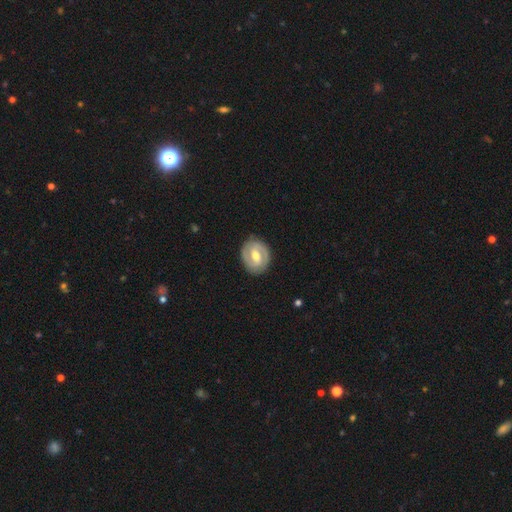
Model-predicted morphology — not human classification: type=featured or disk (72%); edge-on=no (97%); bar=weak (50%); spiral arms=yes (78%); winding=tight (50%); arm count=2 (84%); bulge=moderate (72%); merging=none (86%).